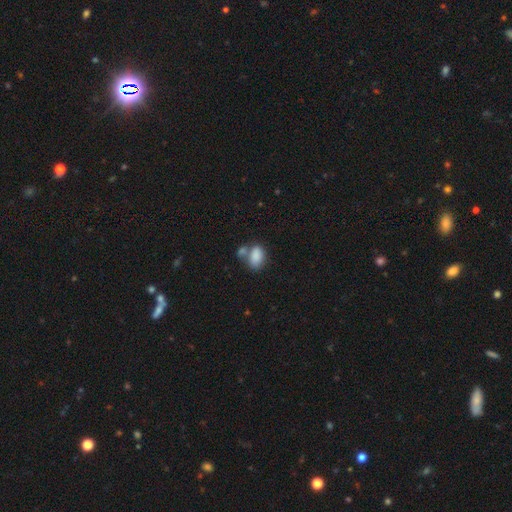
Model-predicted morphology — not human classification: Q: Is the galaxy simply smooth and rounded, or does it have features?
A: smooth — 84%.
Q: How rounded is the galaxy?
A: in between — 88%.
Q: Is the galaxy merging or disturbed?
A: merger — 43%.